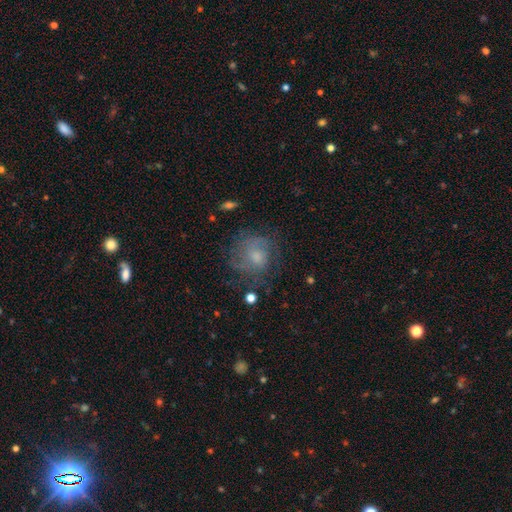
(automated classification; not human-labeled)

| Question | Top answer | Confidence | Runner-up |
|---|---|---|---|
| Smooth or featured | featured or disk | 47% | smooth (41%) |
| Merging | none | 62% | minor disturbance (21%) |